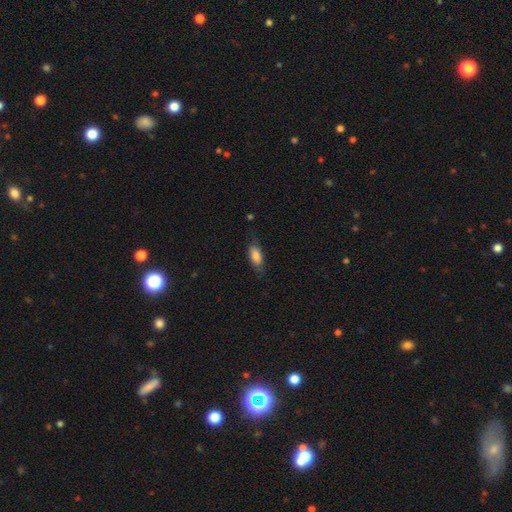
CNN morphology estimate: Smooth or featured?
  - smooth: 81% *
  - featured or disk: 12%
  - star or artifact: 7%
How rounded?
  - in between: 79% *
  - cigar-shaped: 19%
  - round: 2%
Merging?
  - none: 71% *
  - minor disturbance: 22%
  - major disturbance: 6%
  - merger: 1%